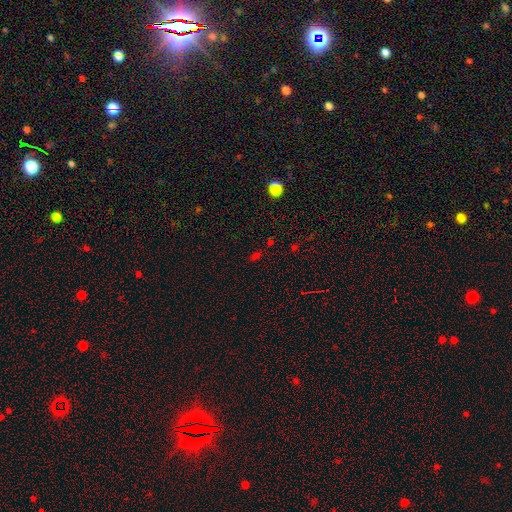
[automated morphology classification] smooth_or_featured: smooth (p=0.47) [alt: star or artifact p=0.46]
merging: none (p=0.74) [alt: minor disturbance p=0.13]